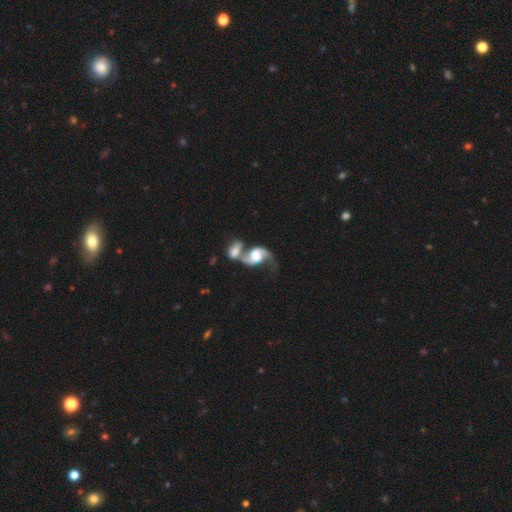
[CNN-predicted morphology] featured or disk 82%, smooth 12%, star or artifact 6%. Down the decision tree: edge-on disk — no (97%); bar — no (51%); spiral arms — yes (94%); spiral arm count — 2 (85%); spiral winding — loose (64%); bulge size — large (35%); merging — merger (66%).